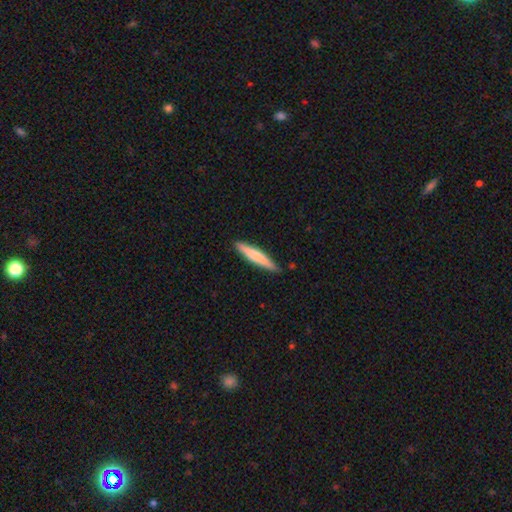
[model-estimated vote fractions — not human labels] smooth 70%, featured or disk 25%, star or artifact 5%. Down the decision tree: how rounded — cigar-shaped (92%); merging — none (84%).